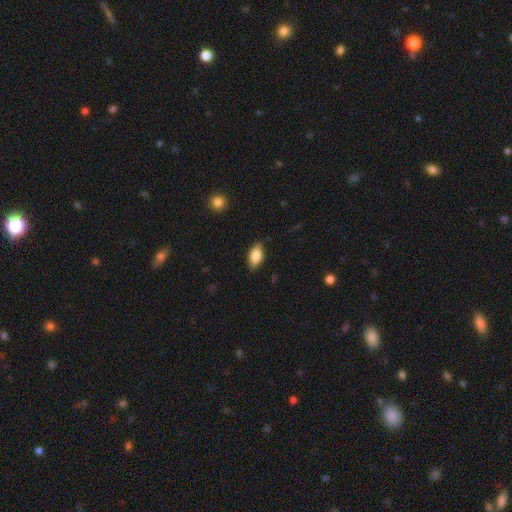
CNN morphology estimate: Overall: smooth (81%). How rounded: in between (90%). Merging: none (84%).